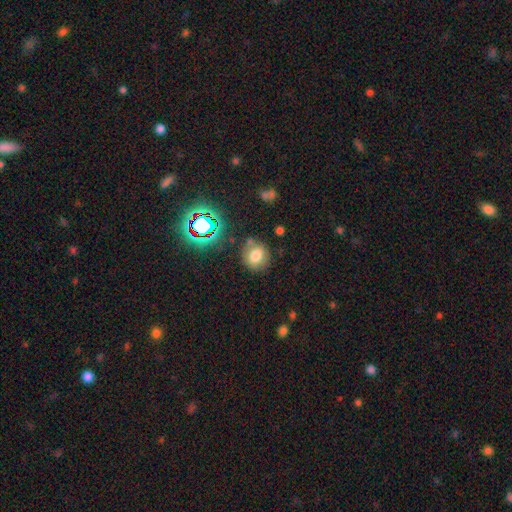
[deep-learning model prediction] This is likely a smooth galaxy (73%). How rounded: likely round (77%). Merging: likely none (77%).